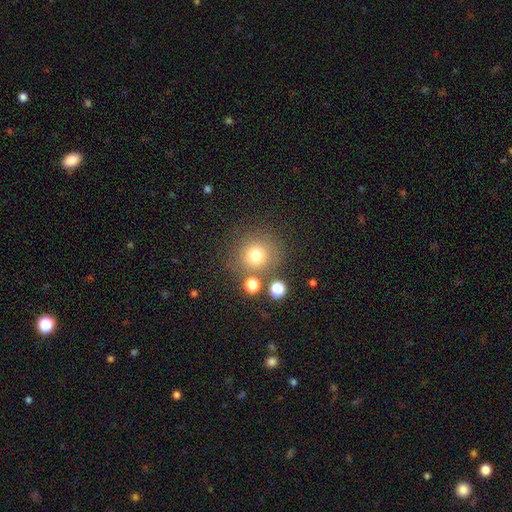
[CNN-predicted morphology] Overall: smooth (75%). How rounded: round (92%). Merging: none (76%).